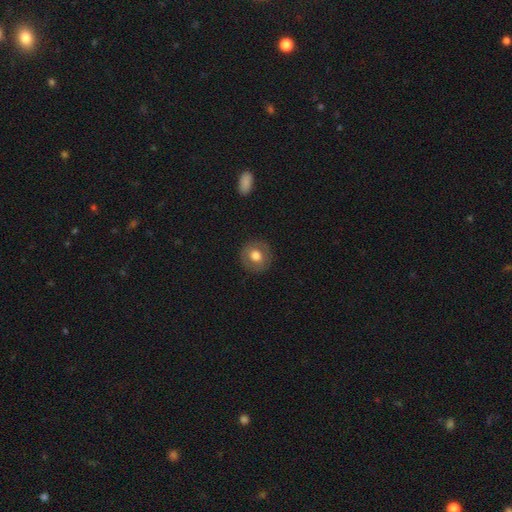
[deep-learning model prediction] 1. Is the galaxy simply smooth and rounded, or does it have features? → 68% smooth, 24% featured or disk, 8% star or artifact.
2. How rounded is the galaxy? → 91% round, 8% in between, 1% cigar-shaped.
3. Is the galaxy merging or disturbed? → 89% none, 8% minor disturbance, 3% major disturbance, 1% merger.